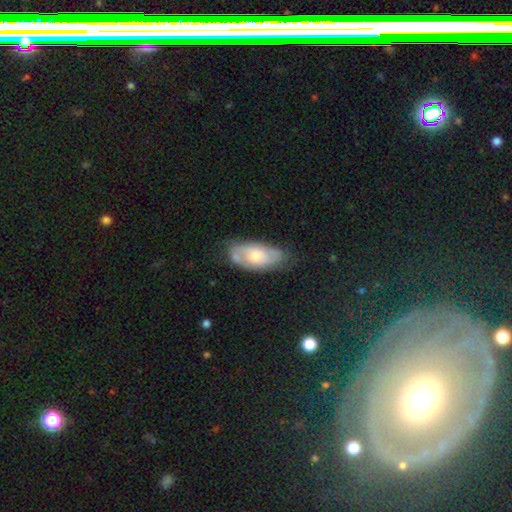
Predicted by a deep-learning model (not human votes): smooth-or-featured: featured or disk: 53% | smooth: 41% | star or artifact: 6%
  disk-edge-on: no: 89% | yes: 11%
  merging: none: 62% | minor disturbance: 27% | major disturbance: 7% | merger: 4%